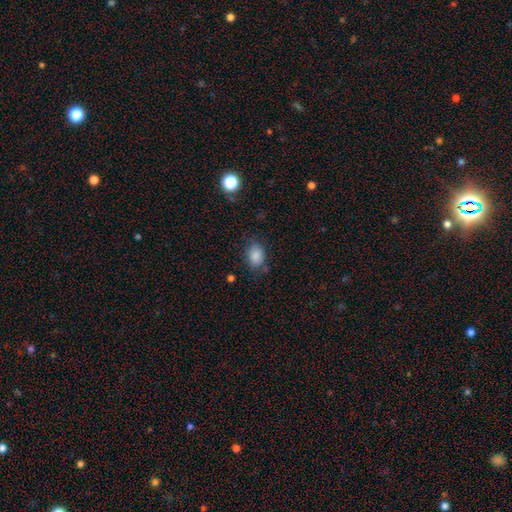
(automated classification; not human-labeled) This appears to be a smooth galaxy with no disk features (86%) that is in between round and cigar-shaped (75%). Merging: none (73%).